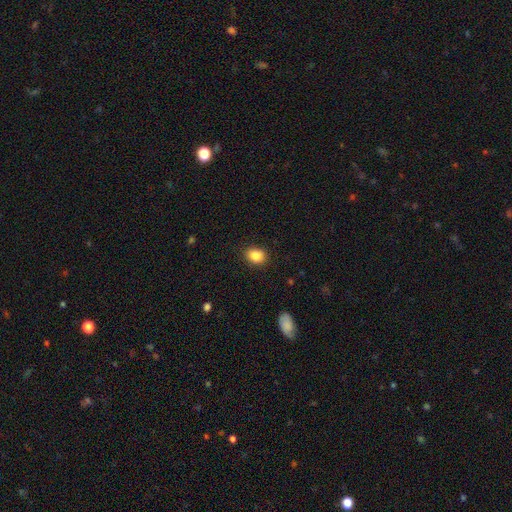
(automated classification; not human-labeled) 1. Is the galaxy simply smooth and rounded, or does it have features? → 84% smooth, 10% star or artifact, 6% featured or disk.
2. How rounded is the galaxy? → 58% in between, 41% round, 1% cigar-shaped.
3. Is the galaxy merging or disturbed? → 87% none, 10% minor disturbance, 2% major disturbance, 1% merger.